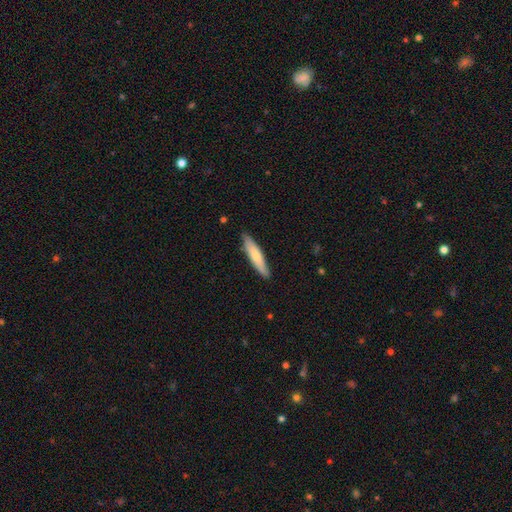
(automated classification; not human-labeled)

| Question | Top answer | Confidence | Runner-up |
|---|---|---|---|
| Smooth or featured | smooth | 68% | featured or disk (27%) |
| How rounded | cigar-shaped | 84% | in between (15%) |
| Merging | none | 86% | minor disturbance (11%) |